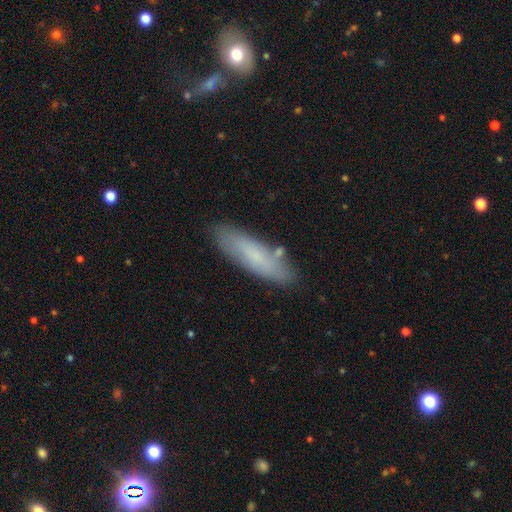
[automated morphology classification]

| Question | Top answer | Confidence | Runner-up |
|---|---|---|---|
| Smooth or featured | smooth | 69% | featured or disk (23%) |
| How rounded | cigar-shaped | 63% | in between (35%) |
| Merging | none | 82% | minor disturbance (12%) |